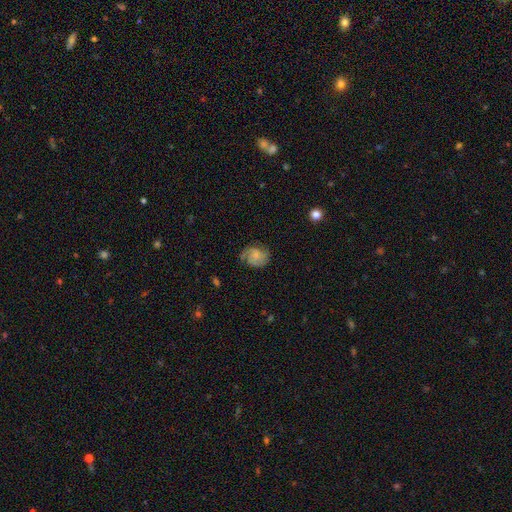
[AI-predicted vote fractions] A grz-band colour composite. It shows a featured or disk galaxy (51%) with no bar (67%), spiral arms (88%) and a small central bulge (52%). Merging: none (60%).